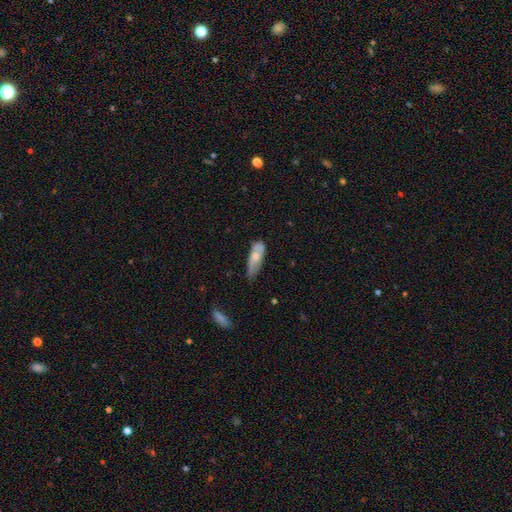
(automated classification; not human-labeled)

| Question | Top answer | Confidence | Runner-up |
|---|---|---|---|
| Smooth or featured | smooth | 55% | featured or disk (38%) |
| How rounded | in between | 64% | cigar-shaped (34%) |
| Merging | none | 40% | minor disturbance (35%) |